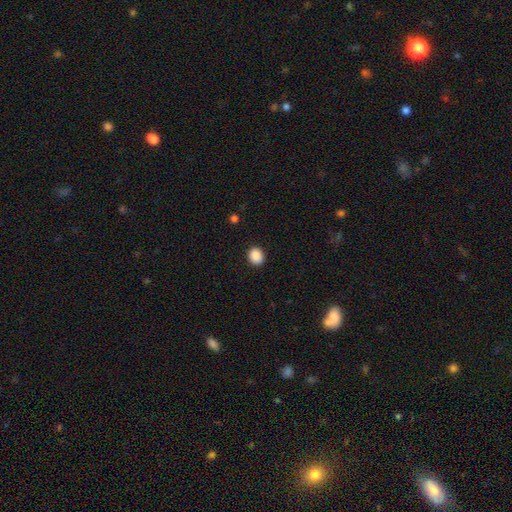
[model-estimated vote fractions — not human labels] Morphology: type=smooth (89%); roundness=round (64%); merging=none (91%).